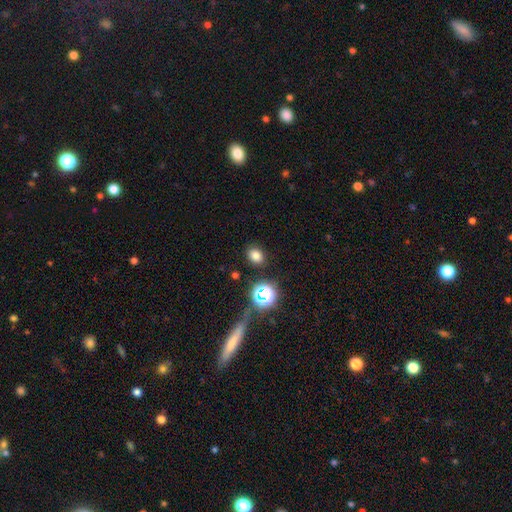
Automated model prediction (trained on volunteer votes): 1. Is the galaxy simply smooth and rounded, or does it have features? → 75% smooth, 18% star or artifact, 6% featured or disk.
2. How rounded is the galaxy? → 53% in between, 46% round, 1% cigar-shaped.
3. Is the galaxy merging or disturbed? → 86% none, 9% minor disturbance, 3% major disturbance, 3% merger.